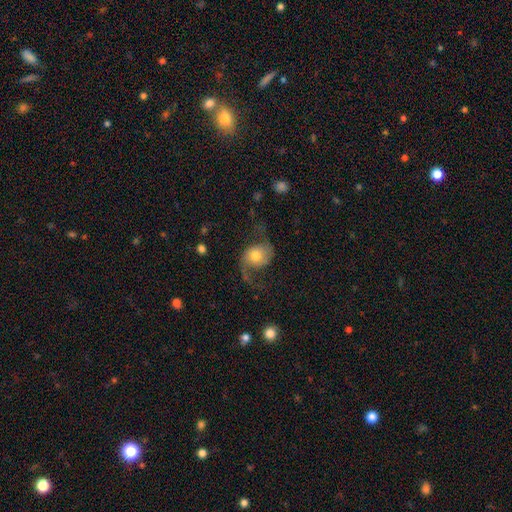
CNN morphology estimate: This is likely a featured or disk galaxy (75%). It is clearly not viewed edge-on (97%). Bar: likely no (69%). Spiral arm pattern: clearly yes (93%). Spiral arm count: clearly 2 (88%). Spiral winding: likely loose (79%). Central bulge: likely moderate (64%). Merging: possibly none (57%).